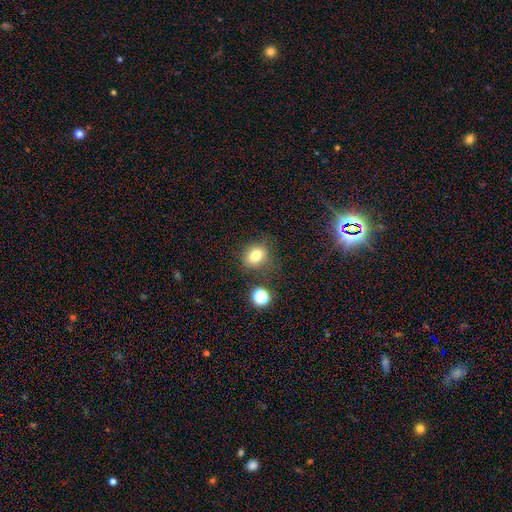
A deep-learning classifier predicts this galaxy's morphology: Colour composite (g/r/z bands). It shows a smooth galaxy with no disk features (79%) that is round (52%). Merging: none (73%).